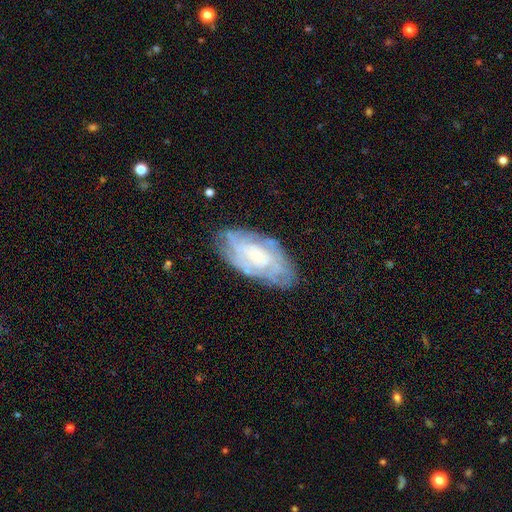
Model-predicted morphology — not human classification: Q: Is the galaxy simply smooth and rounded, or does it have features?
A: featured or disk — 73%.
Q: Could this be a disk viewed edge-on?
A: no — 93%.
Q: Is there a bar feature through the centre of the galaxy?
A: no — 71%.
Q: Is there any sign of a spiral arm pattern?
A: yes — 85%.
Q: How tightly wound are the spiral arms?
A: tight — 71%.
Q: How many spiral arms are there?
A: can't tell — 56%.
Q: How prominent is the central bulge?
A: small — 70%.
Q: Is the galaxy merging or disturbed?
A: none — 75%.